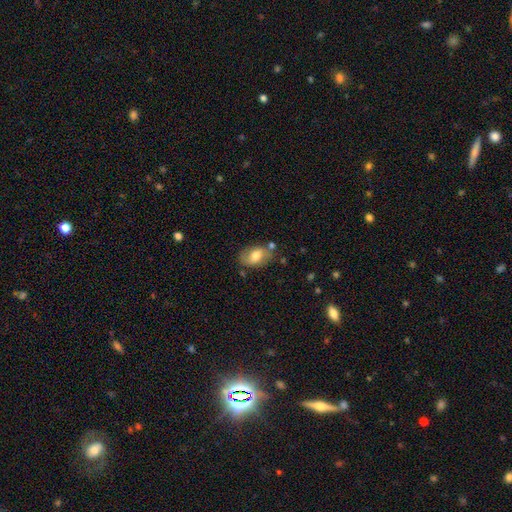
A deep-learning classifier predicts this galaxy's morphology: Smooth or featured? Predicted: smooth (p=0.63). How rounded? Predicted: in between (p=0.86). Merging? Predicted: none (p=0.67).